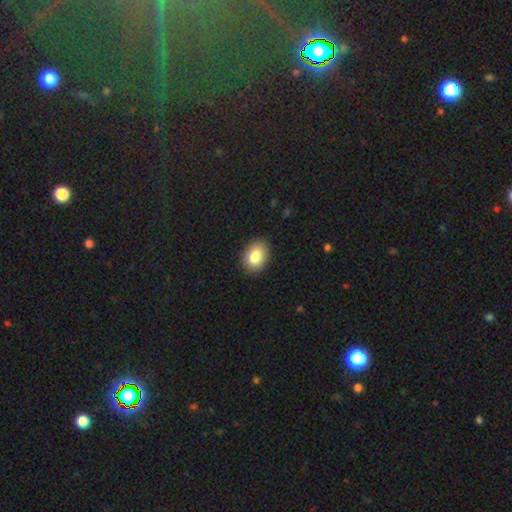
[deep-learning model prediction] Morphology: type=smooth (86%); roundness=in between (80%); merging=none (87%).